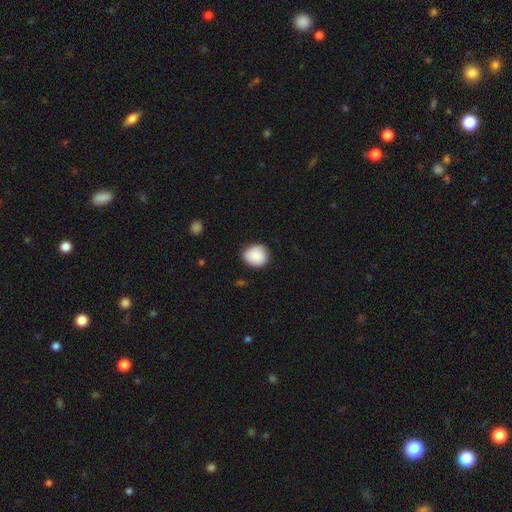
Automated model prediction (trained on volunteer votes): Overall: smooth (89%). How rounded: round (78%). Merging: none (83%).